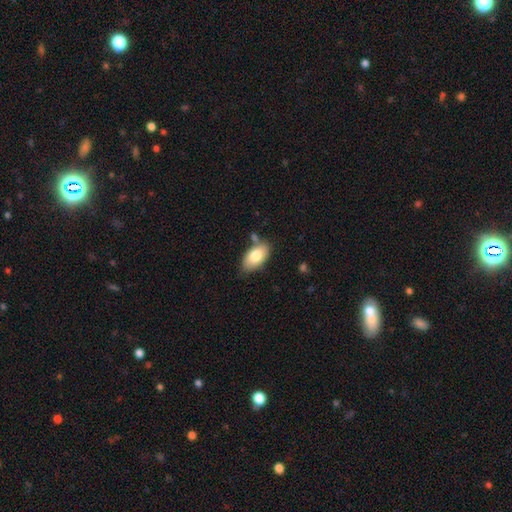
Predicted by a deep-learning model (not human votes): Smooth or featured?
  - smooth: 80% *
  - featured or disk: 14%
  - star or artifact: 7%
How rounded?
  - in between: 94% *
  - round: 4%
  - cigar-shaped: 2%
Merging?
  - none: 71% *
  - minor disturbance: 18%
  - merger: 8%
  - major disturbance: 4%